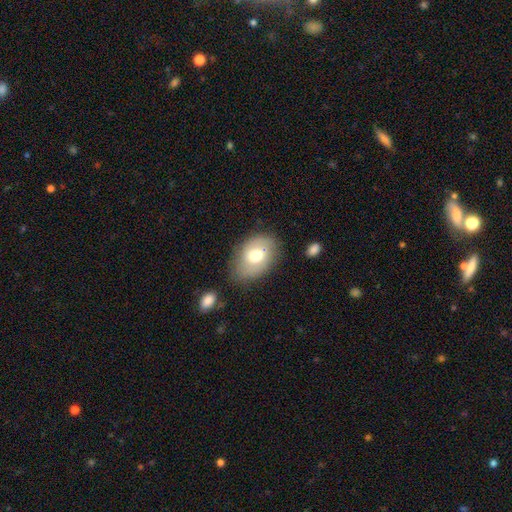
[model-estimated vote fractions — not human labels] Overall: smooth (67%). How rounded: in between (81%). Merging: none (72%).